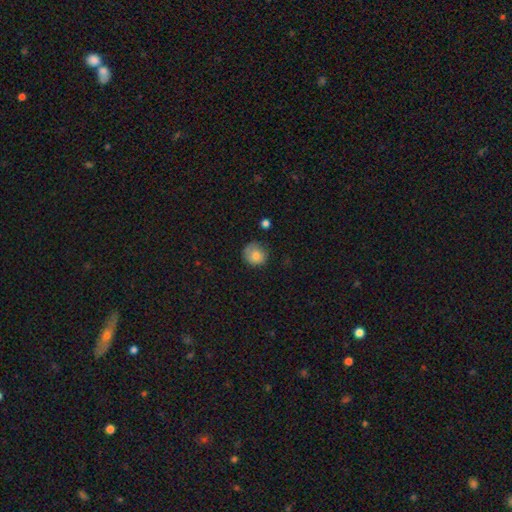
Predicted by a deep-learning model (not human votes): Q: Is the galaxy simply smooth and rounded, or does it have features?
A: smooth — 80%.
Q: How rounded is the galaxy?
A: round — 85%.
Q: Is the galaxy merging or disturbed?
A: none — 68%.